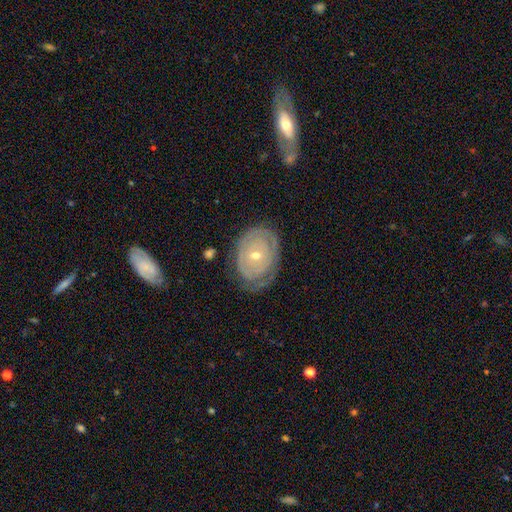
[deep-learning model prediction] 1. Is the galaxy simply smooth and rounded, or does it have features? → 73% featured or disk, 21% smooth, 6% star or artifact.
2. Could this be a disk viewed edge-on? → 95% no, 5% yes.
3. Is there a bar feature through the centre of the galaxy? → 83% no, 13% weak, 4% strong.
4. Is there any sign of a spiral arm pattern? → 67% yes, 33% no.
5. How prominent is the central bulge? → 55% small, 42% moderate, 1% large, 1% none, 1% dominant.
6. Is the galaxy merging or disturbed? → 68% none, 21% minor disturbance, 10% major disturbance, 2% merger.